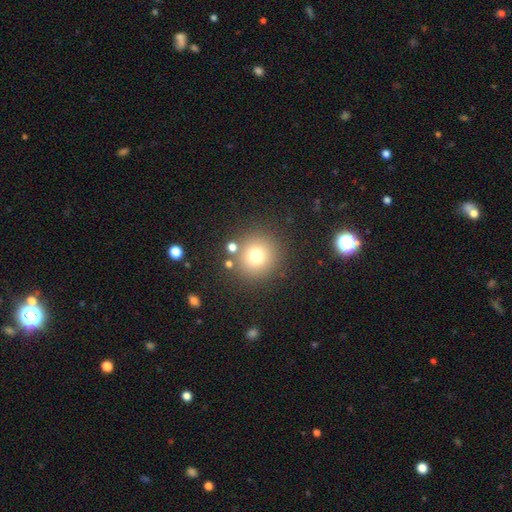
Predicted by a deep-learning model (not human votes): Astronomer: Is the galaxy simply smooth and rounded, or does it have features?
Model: smooth — 73%.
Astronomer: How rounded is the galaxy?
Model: round — 92%.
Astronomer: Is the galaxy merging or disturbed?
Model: none — 82%.